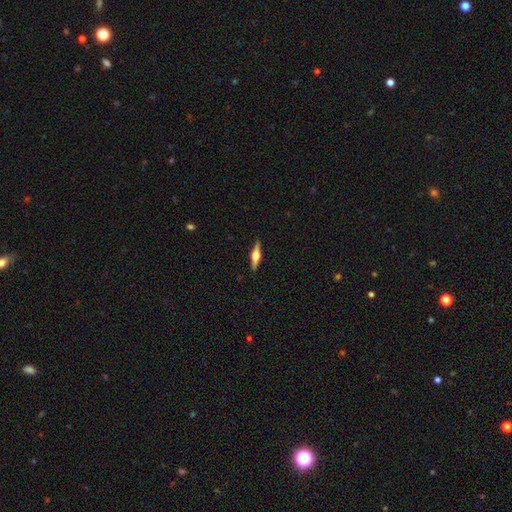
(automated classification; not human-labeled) Morphology: type=featured or disk (73%); edge-on=yes (98%); edge-on bulge=rounded (93%); merging=none (91%).